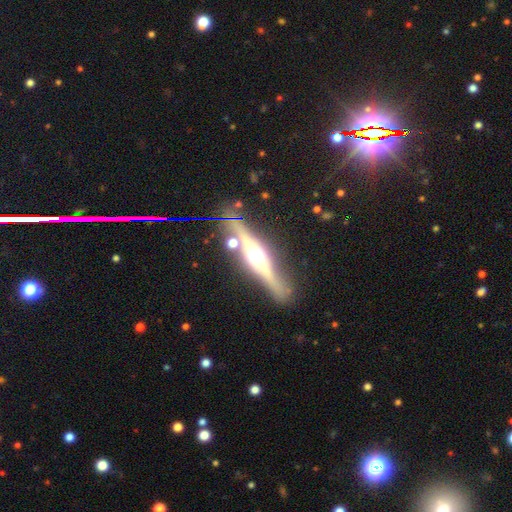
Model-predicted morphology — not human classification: smooth-or-featured: featured or disk: 76% | smooth: 16% | star or artifact: 8%
  disk-edge-on: yes: 95% | no: 5%
    edge-on-bulge: rounded: 90% | boxy: 8% | none: 3%
  merging: none: 80% | minor disturbance: 12% | merger: 5% | major disturbance: 4%